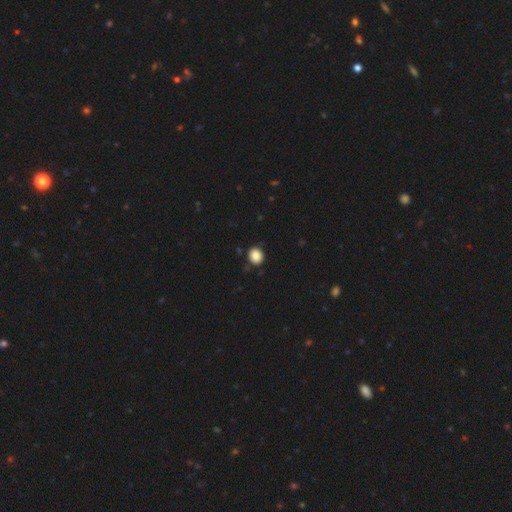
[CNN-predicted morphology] Smooth or featured? Predicted: smooth (p=0.87). How rounded? Predicted: round (p=0.76). Merging? Predicted: none (p=0.87).